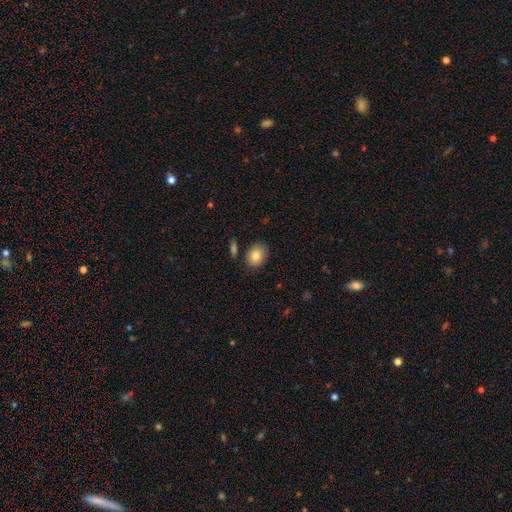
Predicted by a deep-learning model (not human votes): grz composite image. It shows a smooth galaxy with no disk features (82%) that is in between round and cigar-shaped (55%). Merging: none (81%).